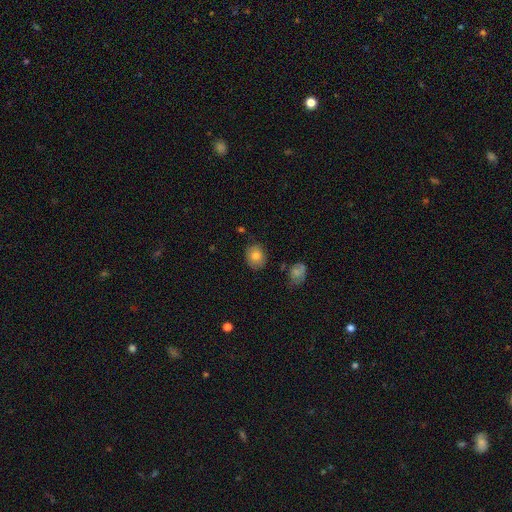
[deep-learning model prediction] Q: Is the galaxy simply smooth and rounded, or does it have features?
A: smooth — 79%.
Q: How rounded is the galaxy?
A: round — 61%.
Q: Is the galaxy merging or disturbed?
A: none — 78%.